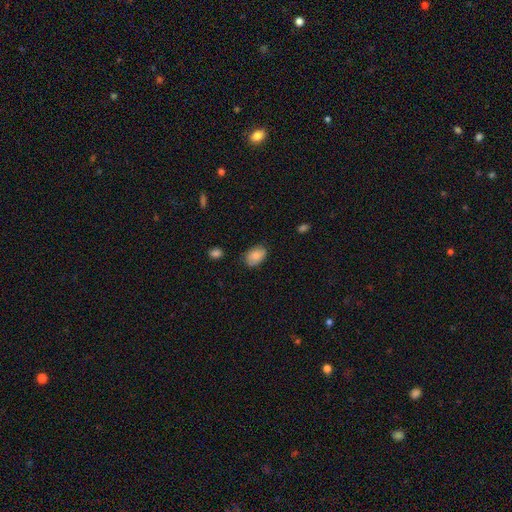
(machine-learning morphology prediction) Smooth or featured? smooth (86%)
How rounded? in between (88%)
Merging? none (78%)